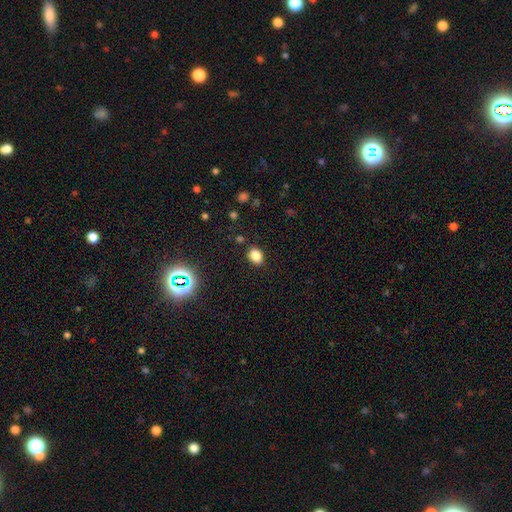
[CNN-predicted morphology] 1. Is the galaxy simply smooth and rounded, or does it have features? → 81% smooth, 14% star or artifact, 5% featured or disk.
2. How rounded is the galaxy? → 65% in between, 34% round, 1% cigar-shaped.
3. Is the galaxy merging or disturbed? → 87% none, 9% minor disturbance, 3% major disturbance, 2% merger.